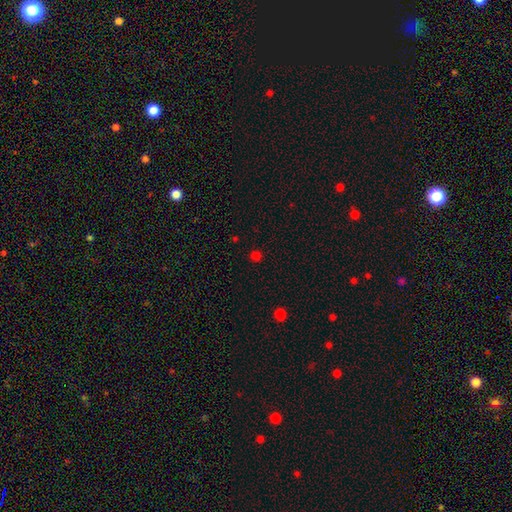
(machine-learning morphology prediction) Smooth or featured? Predicted: smooth (p=0.72). How rounded? Predicted: round (p=0.91). Merging? Predicted: none (p=0.89).